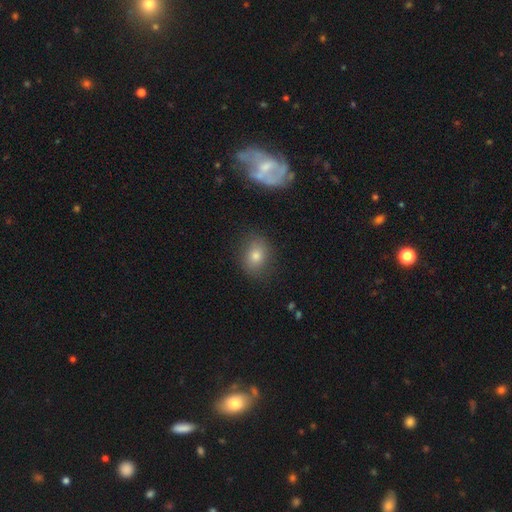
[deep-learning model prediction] Q: Smooth or featured?
A: smooth (71%); runner-up: featured or disk (17%)
Q: How rounded?
A: in between (55%); runner-up: round (44%)
Q: Merging?
A: none (80%); runner-up: minor disturbance (13%)